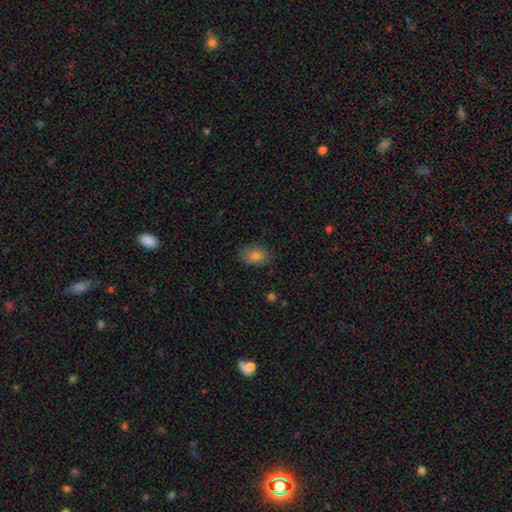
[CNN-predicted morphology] A smooth galaxy with no disk features (78%) that is in between round and cigar-shaped (83%). Merging: none (82%).